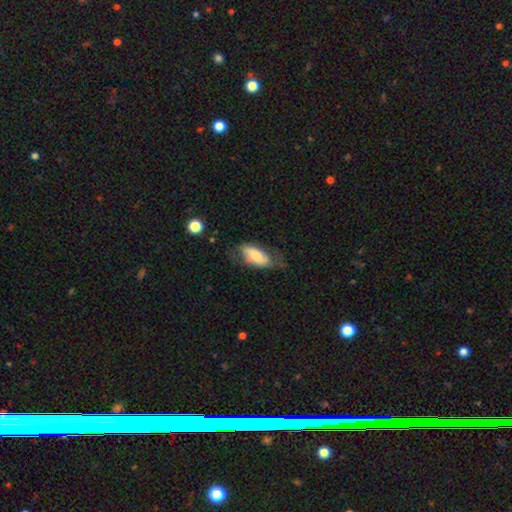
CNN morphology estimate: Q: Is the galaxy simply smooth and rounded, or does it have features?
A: smooth — 60%.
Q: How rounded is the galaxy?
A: in between — 87%.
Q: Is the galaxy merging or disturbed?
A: none — 52%.